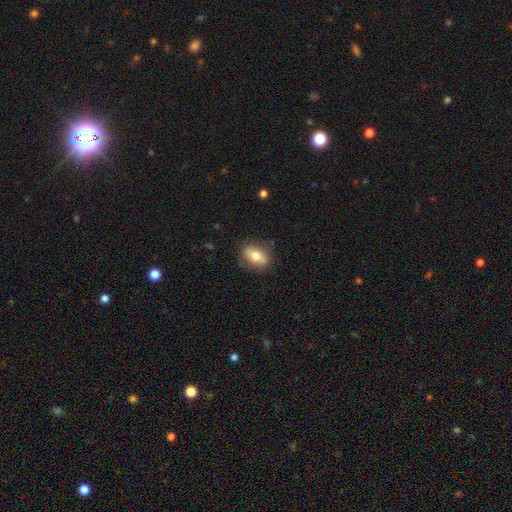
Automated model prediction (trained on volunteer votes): Smooth or featured? Predicted: smooth (p=0.70). How rounded? Predicted: in between (p=0.79). Merging? Predicted: none (p=0.80).